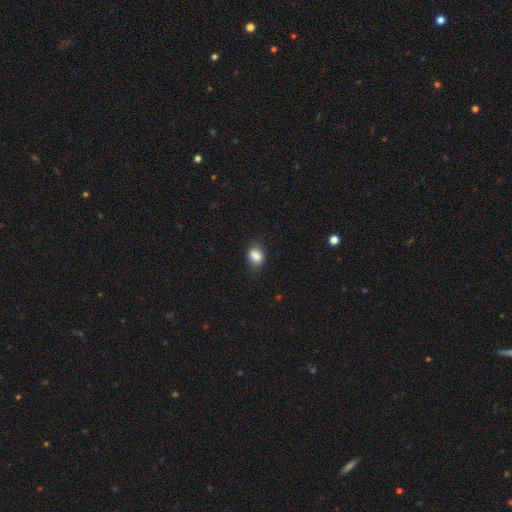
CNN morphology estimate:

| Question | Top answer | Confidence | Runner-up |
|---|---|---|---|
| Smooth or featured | smooth | 86% | star or artifact (9%) |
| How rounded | in between | 68% | round (30%) |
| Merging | none | 74% | minor disturbance (20%) |